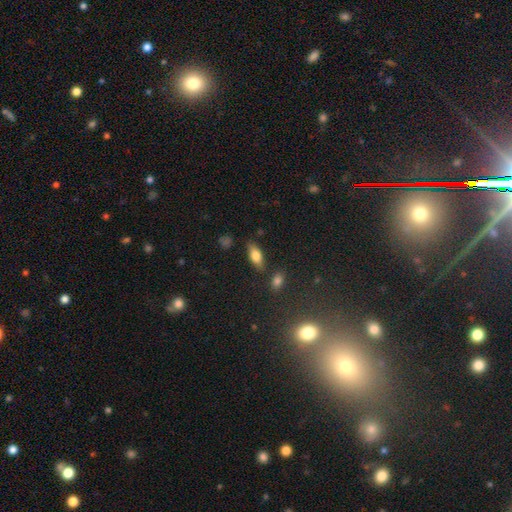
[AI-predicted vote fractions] Morphology: type=smooth (74%); roundness=in between (80%); merging=none (78%).